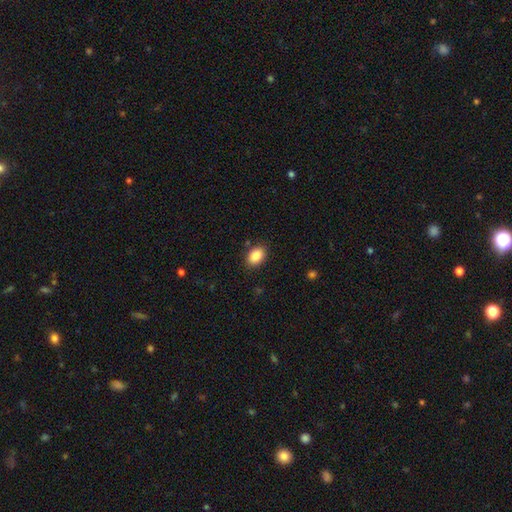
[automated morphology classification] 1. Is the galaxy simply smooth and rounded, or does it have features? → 88% smooth, 8% star or artifact, 4% featured or disk.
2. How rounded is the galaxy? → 79% in between, 20% round, 1% cigar-shaped.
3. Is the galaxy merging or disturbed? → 86% none, 10% minor disturbance, 3% major disturbance, 2% merger.